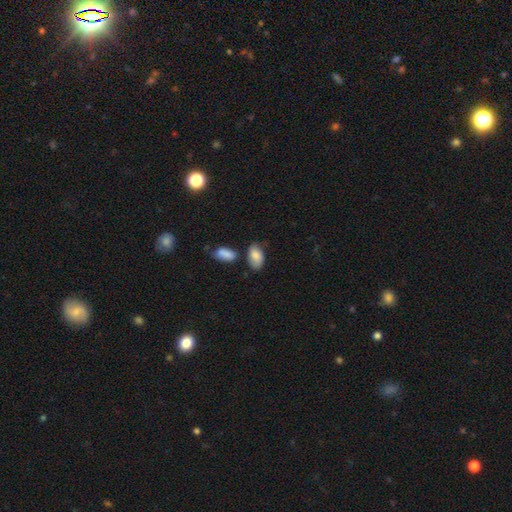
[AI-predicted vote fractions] Smooth or featured: smooth — 82% (featured or disk — 11%)
How rounded: in between — 93% (round — 5%)
Merging: none — 58% (minor disturbance — 24%)